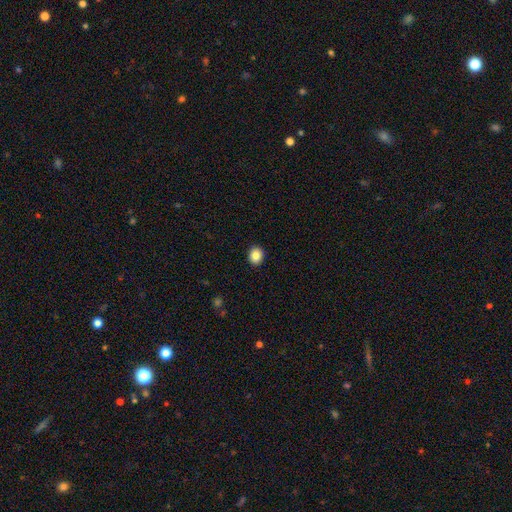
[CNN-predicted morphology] Smooth or featured? smooth (86%)
How rounded? round (66%)
Merging? none (91%)